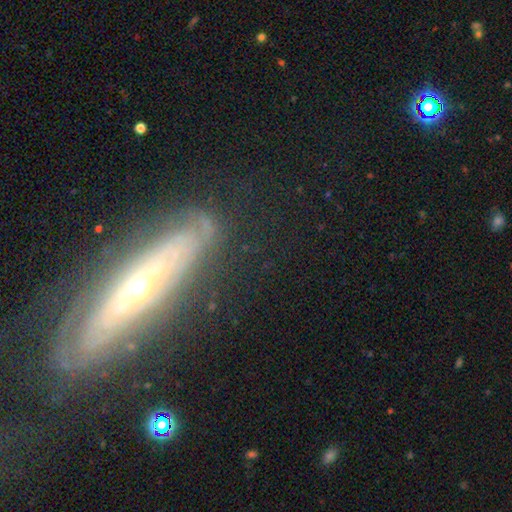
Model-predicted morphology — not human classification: featured or disk 75%, smooth 16%, star or artifact 10%. Down the decision tree: edge-on disk — no (60%); merging — none (75%).